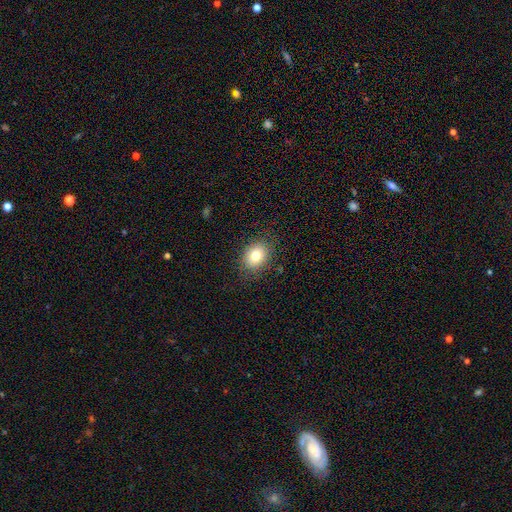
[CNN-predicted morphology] smooth_or_featured: smooth (p=0.78) [alt: featured or disk p=0.11]
how_rounded: in between (p=0.54) [alt: round p=0.45]
merging: none (p=0.85) [alt: minor disturbance p=0.11]